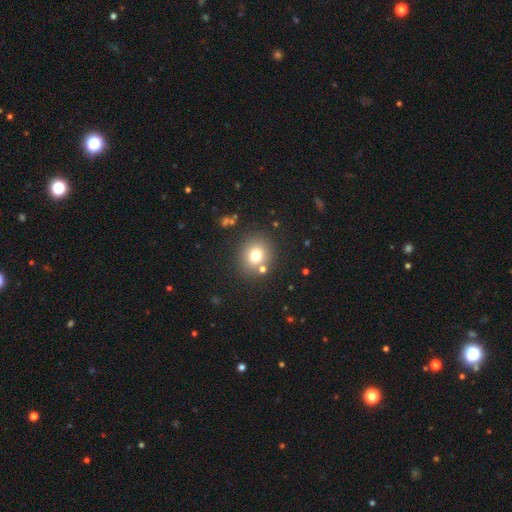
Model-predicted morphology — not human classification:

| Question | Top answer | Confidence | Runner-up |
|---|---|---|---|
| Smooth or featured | smooth | 74% | star or artifact (14%) |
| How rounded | round | 78% | in between (21%) |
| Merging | none | 79% | minor disturbance (9%) |